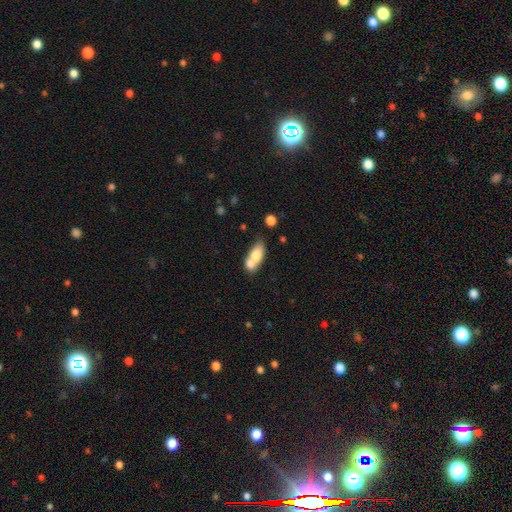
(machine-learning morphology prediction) This is likely a smooth galaxy (70%). How rounded: likely in between (77%). Merging: possibly merger (59%).